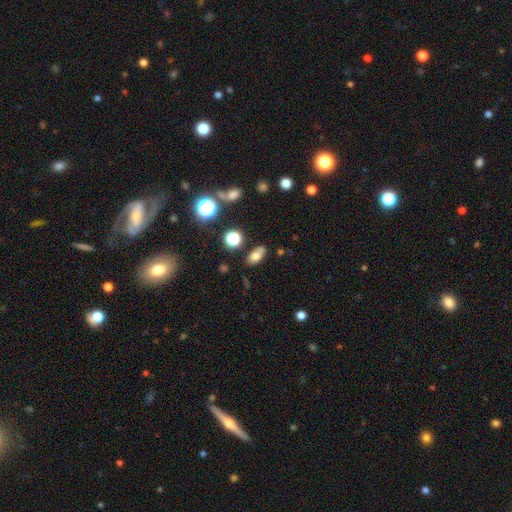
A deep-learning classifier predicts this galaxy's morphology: Overall: smooth (72%). How rounded: in between (85%). Merging: none (75%).